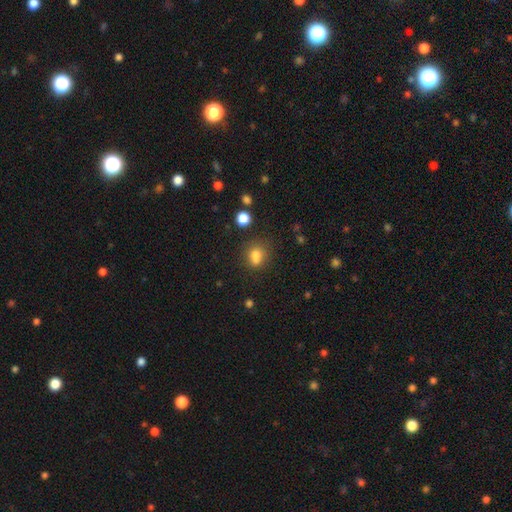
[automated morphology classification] A smooth galaxy with no disk features (76%) that is round (58%).

Vote fractions:
- Smooth or featured? smooth: 76% / star or artifact: 14% / featured or disk: 10%
- How rounded? round: 58% / in between: 40% / cigar-shaped: 2%
- Merging? none: 48% / merger: 29% / minor disturbance: 16% / major disturbance: 7%